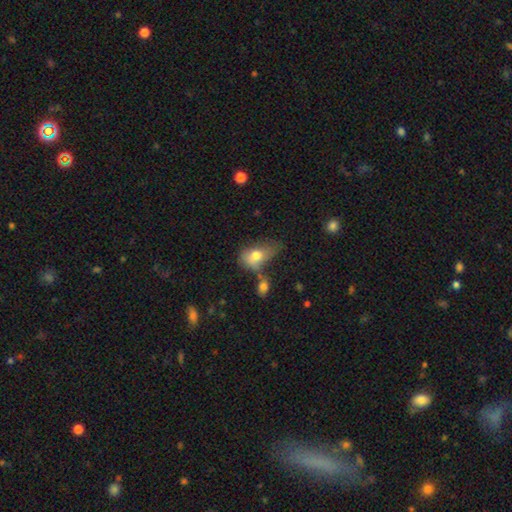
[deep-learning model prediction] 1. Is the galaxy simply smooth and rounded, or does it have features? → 72% smooth, 19% featured or disk, 9% star or artifact.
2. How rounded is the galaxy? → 83% in between, 15% round, 2% cigar-shaped.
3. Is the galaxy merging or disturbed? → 29% minor disturbance, 27% none, 24% major disturbance, 20% merger.